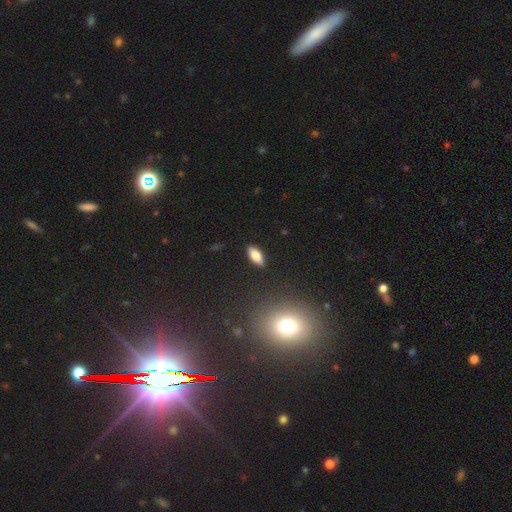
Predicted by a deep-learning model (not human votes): smooth 76%, featured or disk 16%, star or artifact 8%. Down the decision tree: how rounded — in between (81%); merging — none (89%).